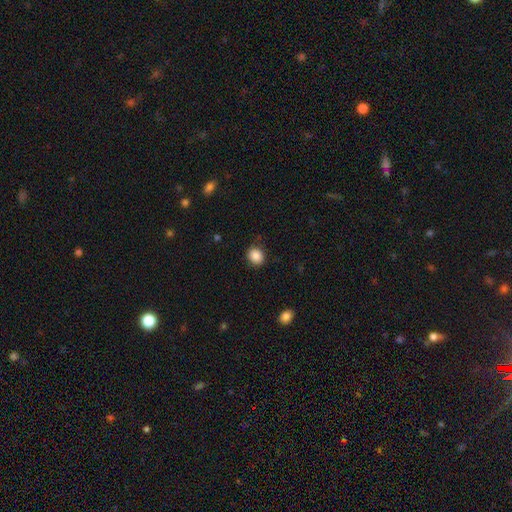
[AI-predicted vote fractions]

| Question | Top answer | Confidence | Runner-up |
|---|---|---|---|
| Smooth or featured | smooth | 87% | star or artifact (9%) |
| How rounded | round | 70% | in between (29%) |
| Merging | none | 86% | minor disturbance (10%) |